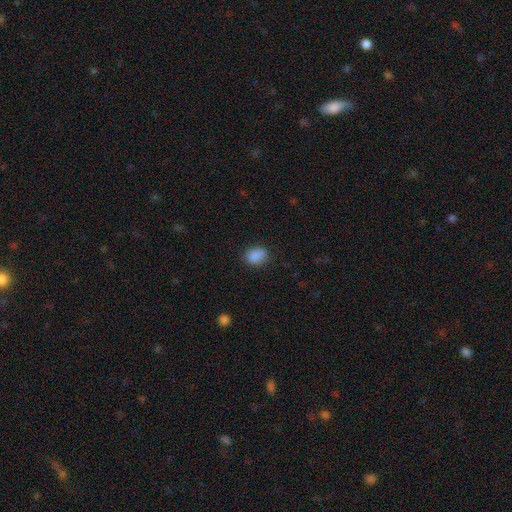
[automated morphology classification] Smooth or featured?
  - smooth: 88% *
  - star or artifact: 9%
  - featured or disk: 3%
How rounded?
  - in between: 66% *
  - round: 33%
  - cigar-shaped: 1%
Merging?
  - none: 82% *
  - minor disturbance: 13%
  - major disturbance: 3%
  - merger: 1%